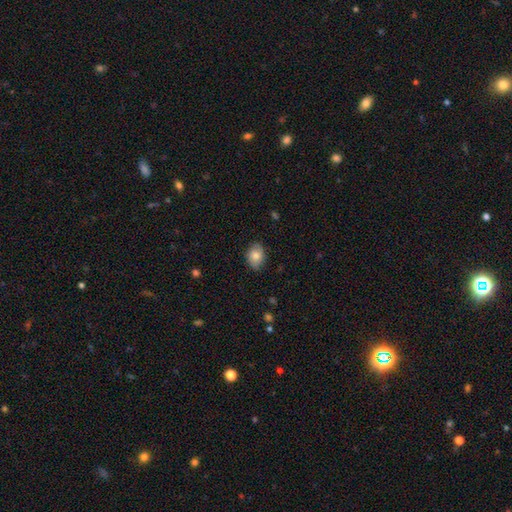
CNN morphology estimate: Smooth or featured?
  - smooth: 79% *
  - featured or disk: 14%
  - star or artifact: 7%
How rounded?
  - in between: 69% *
  - round: 30%
  - cigar-shaped: 1%
Merging?
  - none: 81% *
  - minor disturbance: 15%
  - major disturbance: 3%
  - merger: 1%